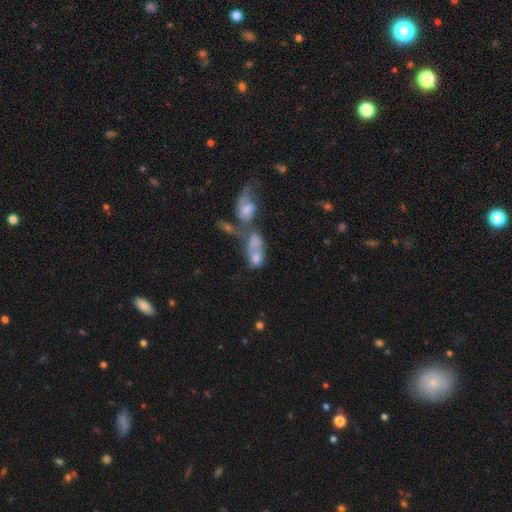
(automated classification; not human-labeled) Q: Smooth or featured?
A: smooth (54%); runner-up: featured or disk (35%)
Q: How rounded?
A: in between (80%); runner-up: round (15%)
Q: Merging?
A: merger (71%); runner-up: major disturbance (12%)